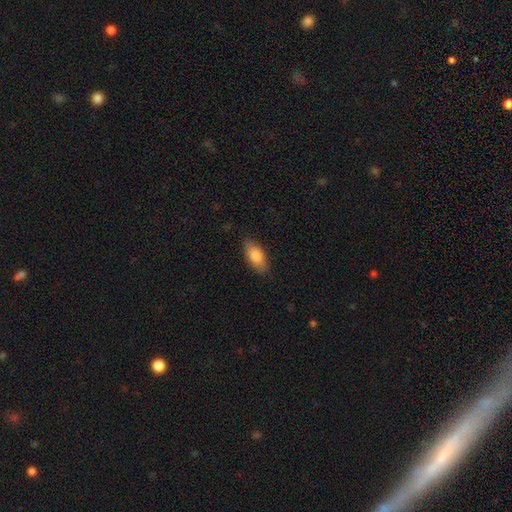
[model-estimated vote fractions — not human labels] Smooth or featured: smooth — 84% (featured or disk — 10%)
How rounded: in between — 87% (cigar-shaped — 11%)
Merging: none — 85% (minor disturbance — 12%)